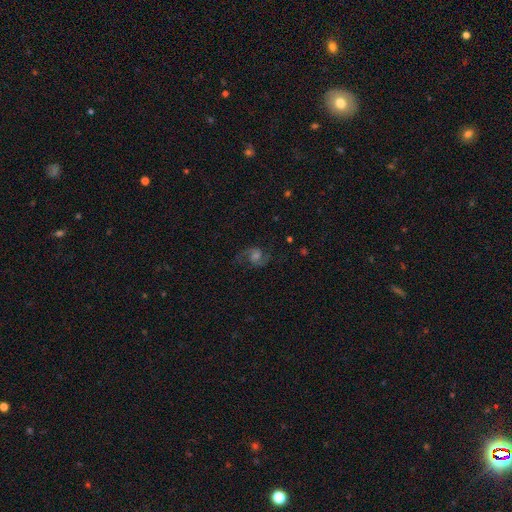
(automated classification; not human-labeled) Q: Smooth or featured?
A: featured or disk (77%); runner-up: star or artifact (12%)
Q: Edge-on disk?
A: no (97%); runner-up: yes (3%)
Q: Bar?
A: no (47%); runner-up: weak (44%)
Q: Spiral arms?
A: yes (96%); runner-up: no (4%)
Q: Spiral winding?
A: medium (47%); runner-up: loose (43%)
Q: Spiral arm count?
A: 2 (92%); runner-up: can't tell (3%)
Q: Bulge size?
A: moderate (41%); runner-up: small (28%)
Q: Merging?
A: none (76%); runner-up: minor disturbance (14%)